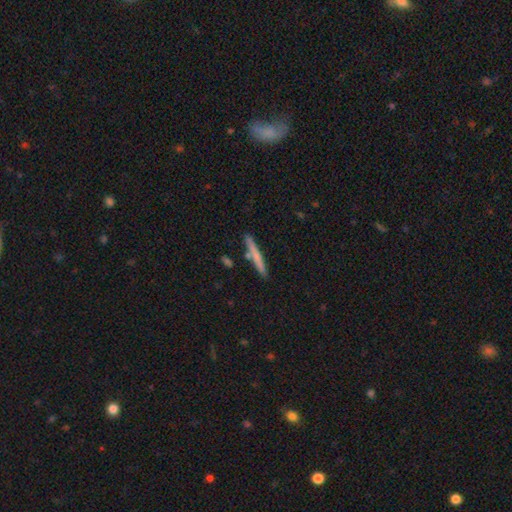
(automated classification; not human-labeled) Smooth or featured? smooth (61%)
How rounded? cigar-shaped (95%)
Merging? none (81%)